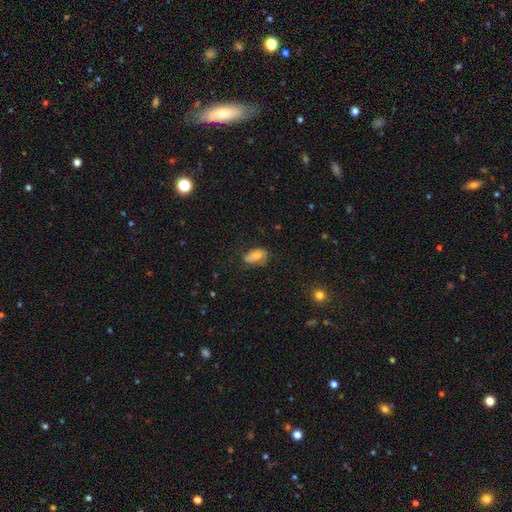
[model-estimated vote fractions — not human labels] This appears to be a smooth galaxy with no disk features (66%) that is in between round and cigar-shaped (89%). Merging: none (57%).